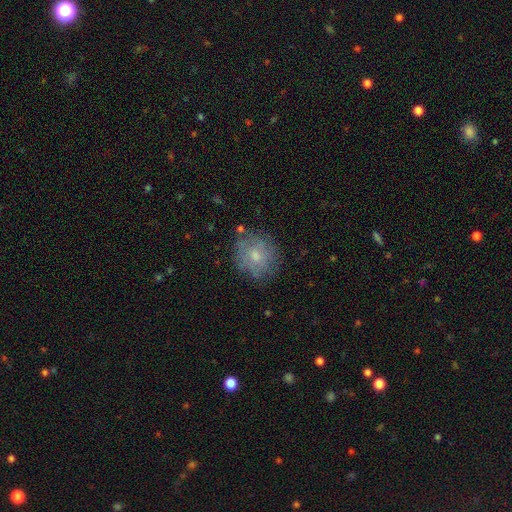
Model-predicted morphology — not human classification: A smooth galaxy with no disk features (56%) that is round (77%). Merging: none (70%).